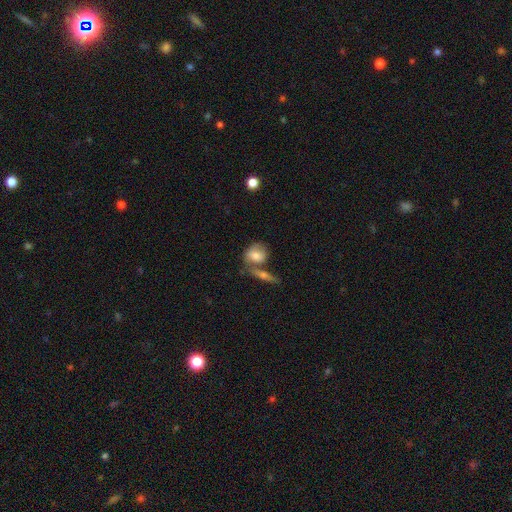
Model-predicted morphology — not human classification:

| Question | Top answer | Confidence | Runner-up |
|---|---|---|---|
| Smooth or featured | smooth | 66% | featured or disk (27%) |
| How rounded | round | 50% | in between (45%) |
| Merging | none | 43% | merger (37%) |